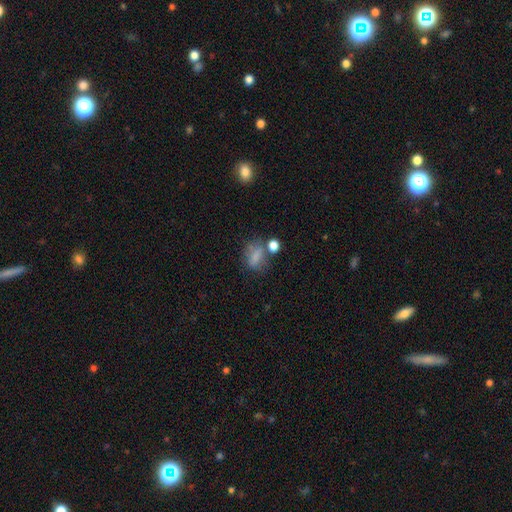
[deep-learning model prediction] Overall: smooth (71%). How rounded: in between (67%; round 29%). Merging: none (46%; minor disturbance 21%).